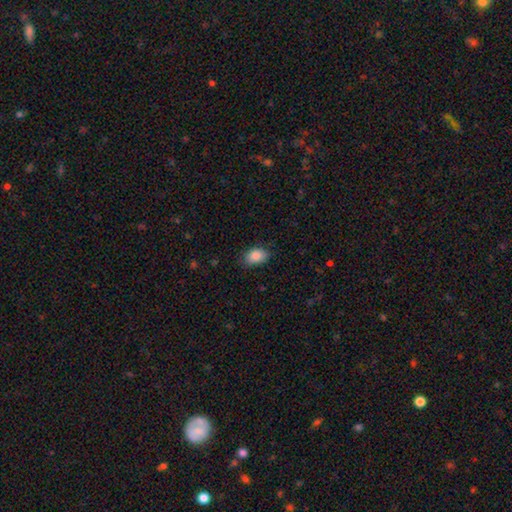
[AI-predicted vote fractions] The model was most divided on "merging": none: 78%, minor disturbance: 17%, major disturbance: 3%, merger: 1%. More confident: smooth or featured — smooth (87%); how rounded — in between (85%).